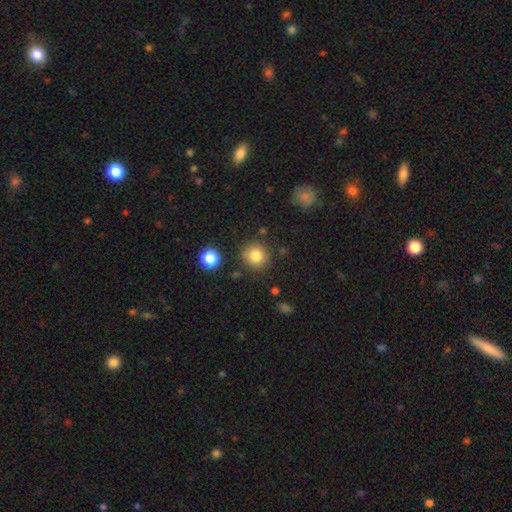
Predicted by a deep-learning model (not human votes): Smooth or featured?
  - smooth: 82% *
  - star or artifact: 11%
  - featured or disk: 7%
How rounded?
  - round: 90% *
  - in between: 9%
  - cigar-shaped: 1%
Merging?
  - none: 84% *
  - minor disturbance: 9%
  - merger: 4%
  - major disturbance: 3%